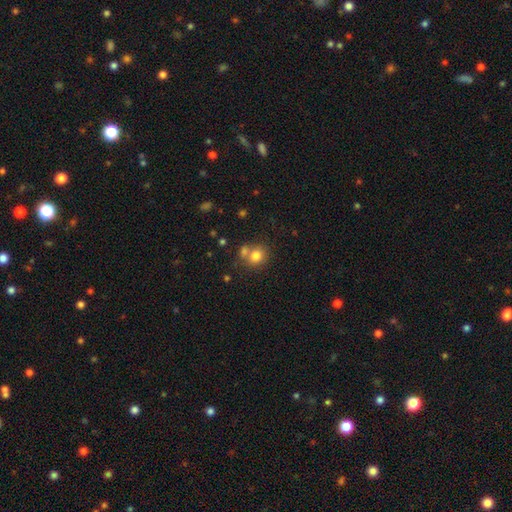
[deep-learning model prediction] Morphology: type=smooth (79%); roundness=round (73%); merging=none (52%).